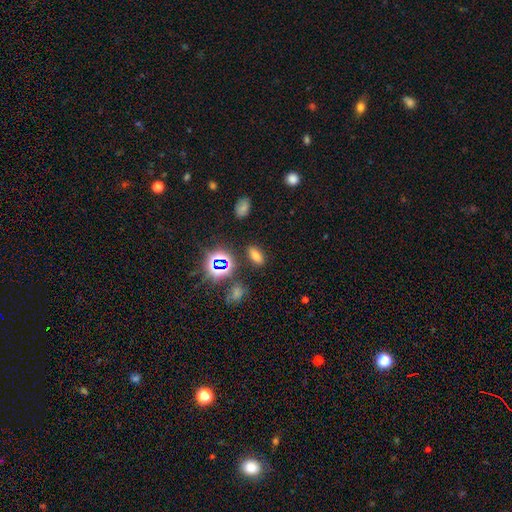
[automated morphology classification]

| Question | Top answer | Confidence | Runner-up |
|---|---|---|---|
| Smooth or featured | smooth | 60% | star or artifact (27%) |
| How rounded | in between | 78% | cigar-shaped (14%) |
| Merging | none | 85% | minor disturbance (9%) |